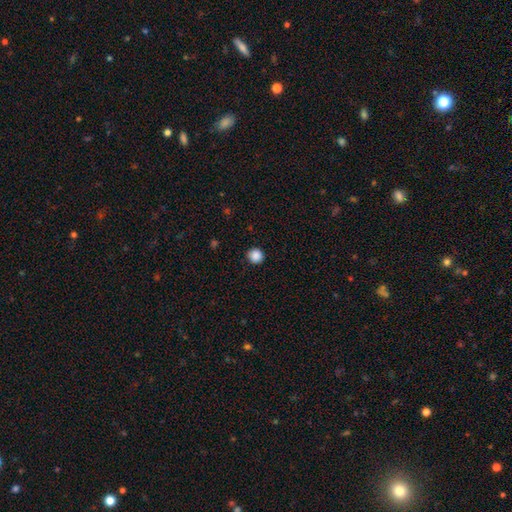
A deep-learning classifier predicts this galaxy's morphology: smooth-or-featured: smooth: 88% | star or artifact: 10% | featured or disk: 2%
  how-rounded: round: 93% | in between: 6% | cigar-shaped: 1%
  merging: none: 91% | minor disturbance: 6% | major disturbance: 2% | merger: 1%